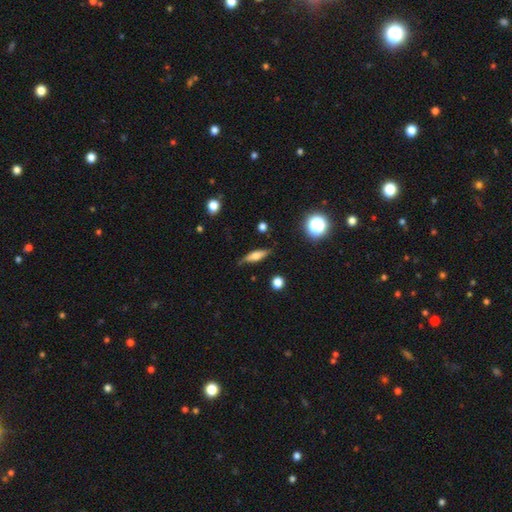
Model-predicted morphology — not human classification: Overall: smooth (58%; featured or disk 33%). How rounded: cigar-shaped (53%; in between 43%). Merging: none (82%).